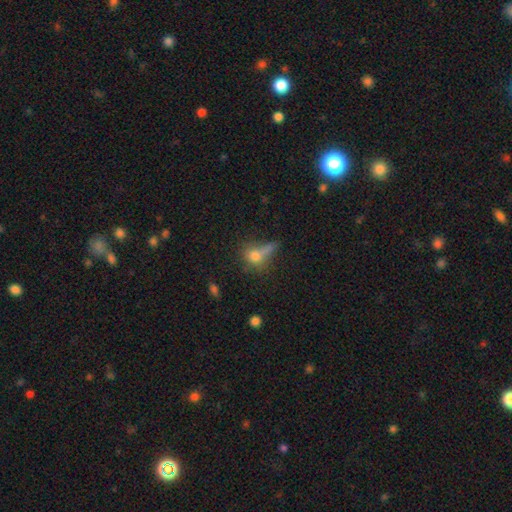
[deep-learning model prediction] Smooth or featured?
  - smooth: 65% *
  - featured or disk: 18%
  - star or artifact: 17%
How rounded?
  - round: 53% *
  - in between: 38%
  - cigar-shaped: 9%
Merging?
  - none: 37% *
  - major disturbance: 25%
  - minor disturbance: 20%
  - merger: 18%